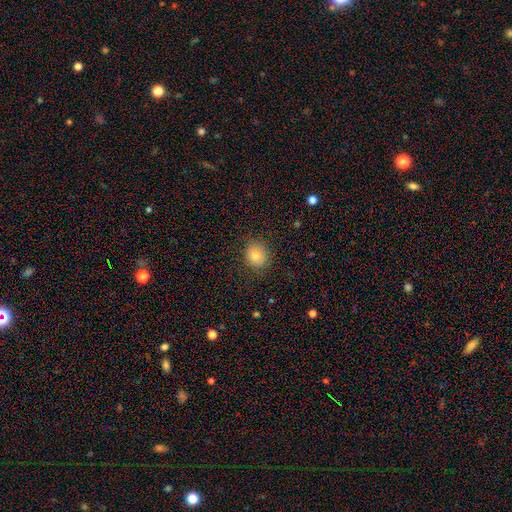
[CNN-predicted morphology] This appears to be a smooth galaxy with no disk features (77%) that is round (71%). Merging: none (83%).